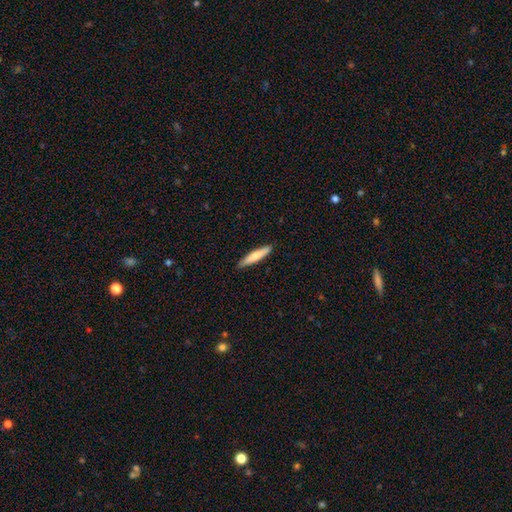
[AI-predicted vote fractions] The model was most divided on "smooth or featured": smooth: 70%, featured or disk: 25%, star or artifact: 5%. More confident: merging — none (90%); how rounded — cigar-shaped (89%).